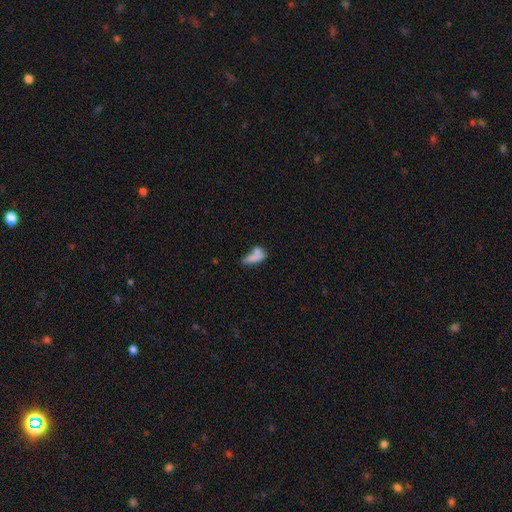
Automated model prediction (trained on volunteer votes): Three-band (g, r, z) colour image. It shows a smooth galaxy with no disk features (70%) that is in between round and cigar-shaped (71%). Merging: merger (35%).